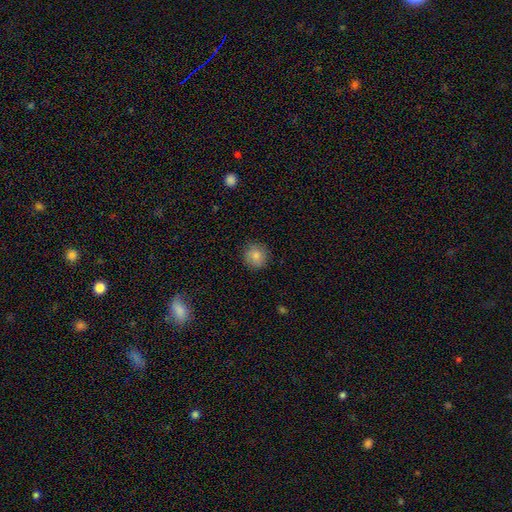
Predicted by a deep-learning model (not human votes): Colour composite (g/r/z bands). It shows a smooth galaxy with no disk features (82%) that is round (91%). Merging: none (87%).